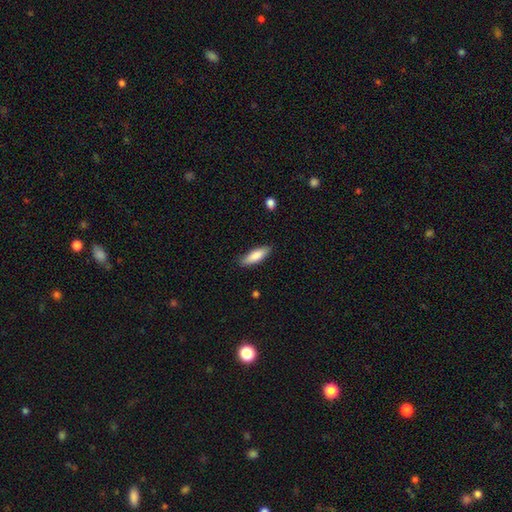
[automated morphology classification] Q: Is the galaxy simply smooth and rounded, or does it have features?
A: smooth — 83%.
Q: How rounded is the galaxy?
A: cigar-shaped — 50%.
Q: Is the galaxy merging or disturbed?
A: none — 84%.